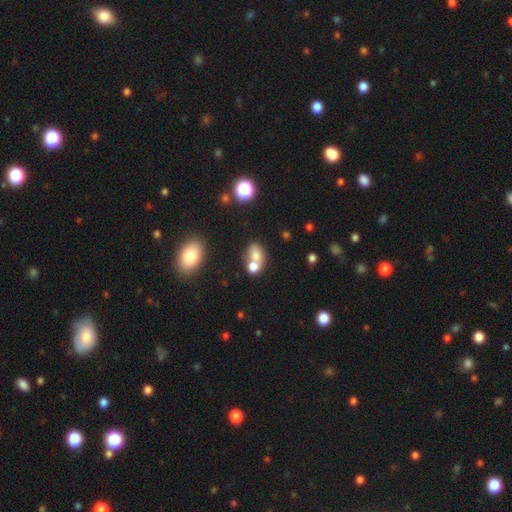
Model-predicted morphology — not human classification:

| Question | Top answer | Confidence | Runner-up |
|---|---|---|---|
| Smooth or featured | smooth | 71% | featured or disk (16%) |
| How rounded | in between | 61% | round (38%) |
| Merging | merger | 60% | none (28%) |